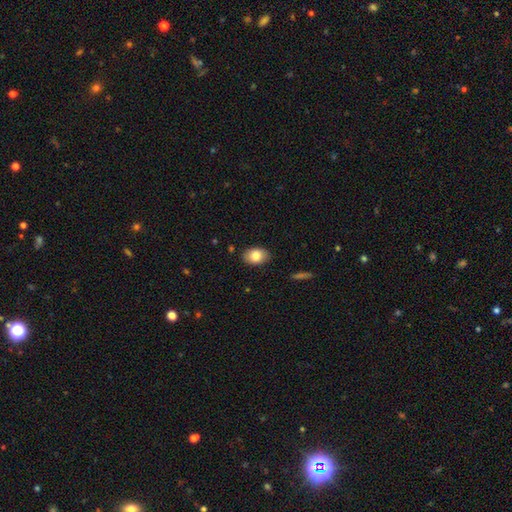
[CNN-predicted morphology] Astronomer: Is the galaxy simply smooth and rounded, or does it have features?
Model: smooth — 83%.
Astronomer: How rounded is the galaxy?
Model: in between — 85%.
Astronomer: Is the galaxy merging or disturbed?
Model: none — 87%.